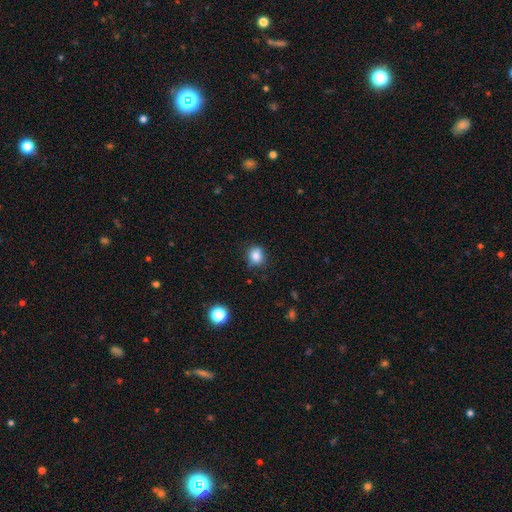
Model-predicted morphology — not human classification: The model was most divided on "how rounded": round: 72%, in between: 27%, cigar-shaped: 1%. More confident: smooth or featured — smooth (83%); merging — none (76%).